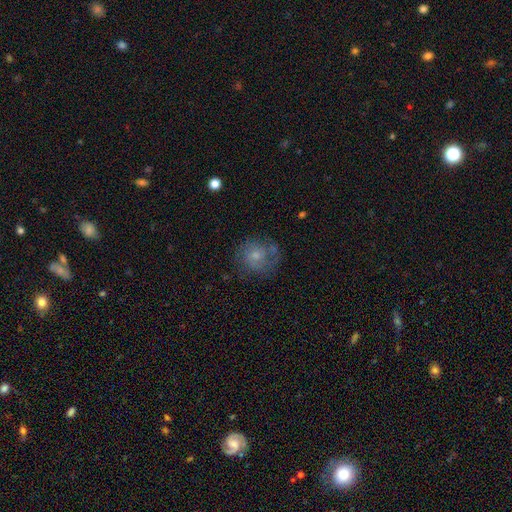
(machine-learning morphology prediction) Q: Smooth or featured?
A: featured or disk (48%); runner-up: smooth (42%)
Q: Merging?
A: none (61%); runner-up: minor disturbance (21%)